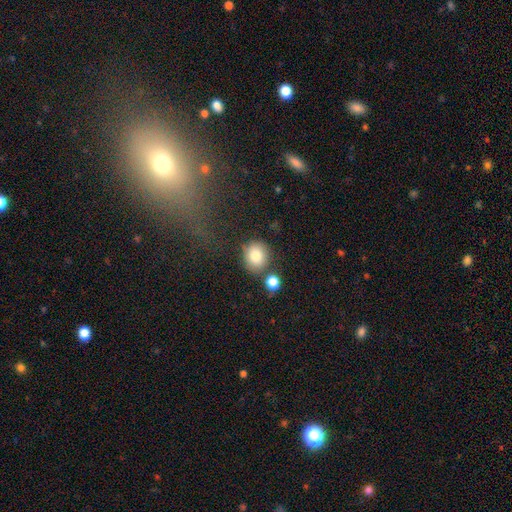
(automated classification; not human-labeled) Q: Smooth or featured?
A: smooth (82%); runner-up: star or artifact (10%)
Q: How rounded?
A: round (77%); runner-up: in between (22%)
Q: Merging?
A: none (75%); runner-up: minor disturbance (11%)